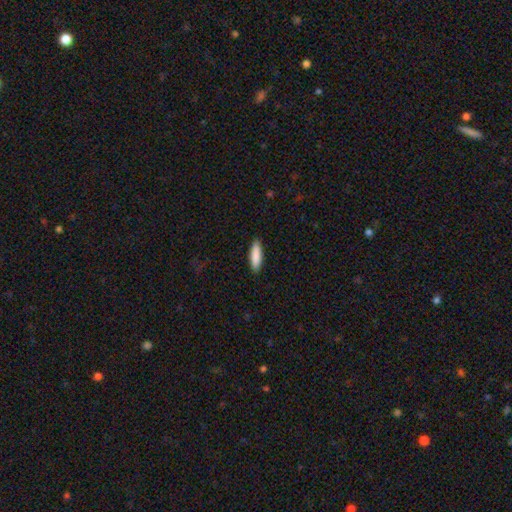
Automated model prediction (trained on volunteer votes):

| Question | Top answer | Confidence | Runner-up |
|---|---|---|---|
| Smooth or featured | smooth | 87% | featured or disk (7%) |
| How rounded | cigar-shaped | 65% | in between (33%) |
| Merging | none | 90% | minor disturbance (8%) |